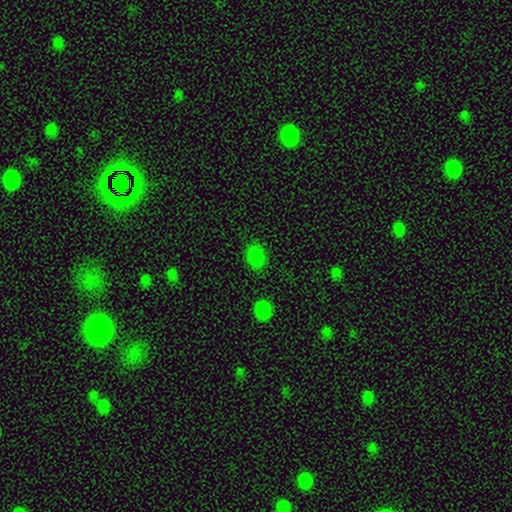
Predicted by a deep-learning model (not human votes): A smooth galaxy with no disk features (81%) that is in between round and cigar-shaped (71%).

Vote fractions:
- Smooth or featured? smooth: 81% / star or artifact: 15% / featured or disk: 4%
- How rounded? in between: 71% / round: 28% / cigar-shaped: 1%
- Merging? none: 83% / minor disturbance: 12% / major disturbance: 3% / merger: 2%